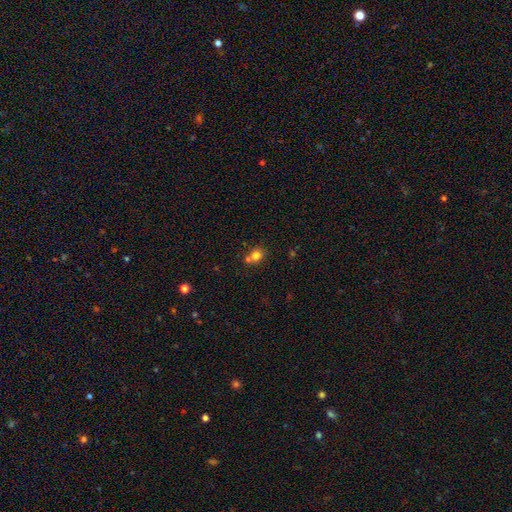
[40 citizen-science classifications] Volunteers were most divided on "merging": none: 50%, merger: 37%, minor disturbance: 11%, major disturbance: 3%. More confident: smooth or featured — smooth (90%); how rounded — round (75%).